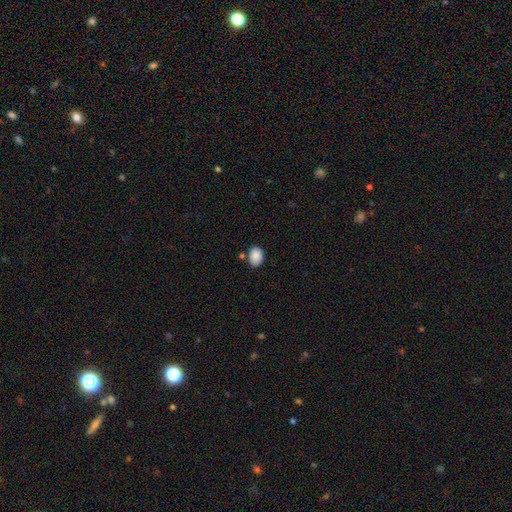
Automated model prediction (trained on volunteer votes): Overall: smooth (88%). How rounded: in between (71%). Merging: none (74%).